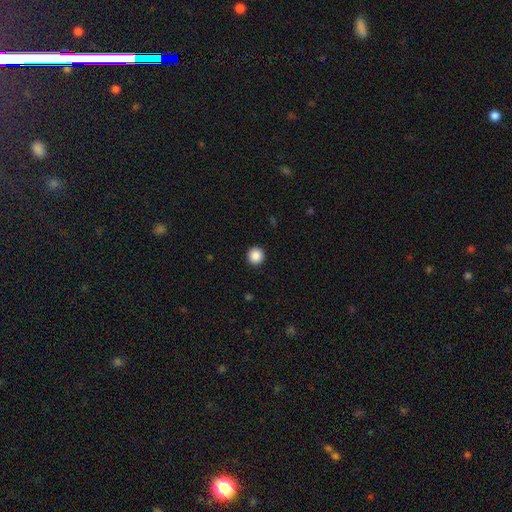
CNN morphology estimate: A smooth galaxy with no disk features (88%) that is round (96%).

Vote fractions:
- Smooth or featured? smooth: 88% / star or artifact: 9% / featured or disk: 3%
- How rounded? round: 96% / in between: 3% / cigar-shaped: 1%
- Merging? none: 93% / minor disturbance: 4% / major disturbance: 2% / merger: 1%